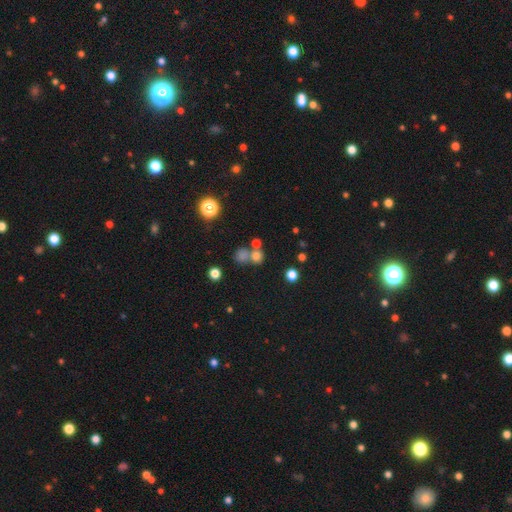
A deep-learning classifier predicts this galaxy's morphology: smooth-or-featured: smooth: 70% | star or artifact: 20% | featured or disk: 9%
  how-rounded: round: 85% | in between: 14% | cigar-shaped: 1%
  merging: none: 53% | merger: 34% | minor disturbance: 8% | major disturbance: 5%